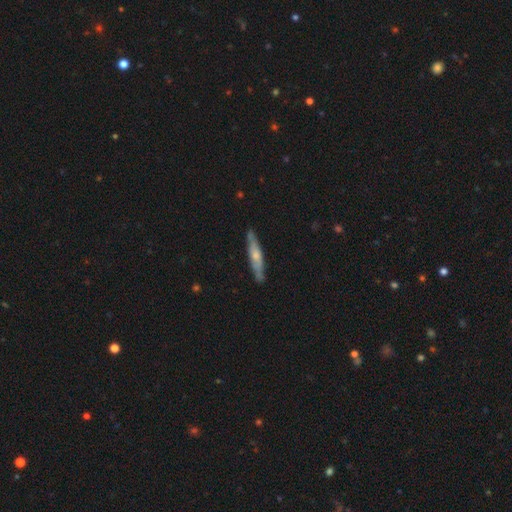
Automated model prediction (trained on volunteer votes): Overall: featured or disk (53%; smooth 42%). Edge-on disk: yes (82%). Merging: none (83%).